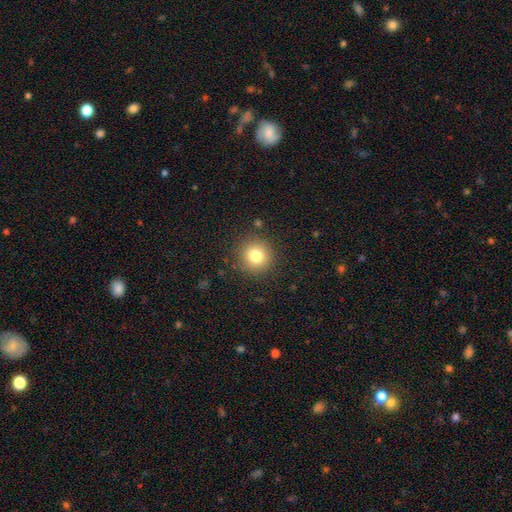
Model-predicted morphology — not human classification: Smooth or featured? Predicted: smooth (p=0.79). How rounded? Predicted: round (p=0.94). Merging? Predicted: none (p=0.89).